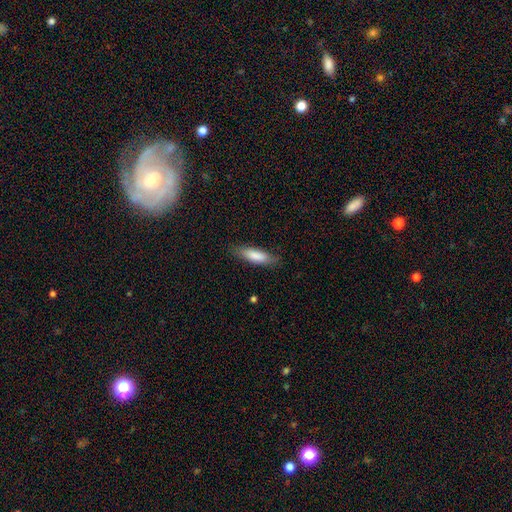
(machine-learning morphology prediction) A smooth galaxy with no disk features (82%) that is cigar-shaped (57%). Merging: none (82%).